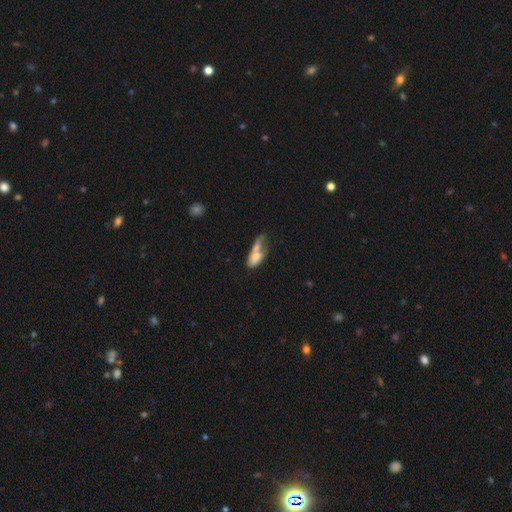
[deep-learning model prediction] Smooth or featured: smooth — 64% (featured or disk — 28%)
How rounded: in between — 79% (cigar-shaped — 16%)
Merging: merger — 55% (none — 19%)